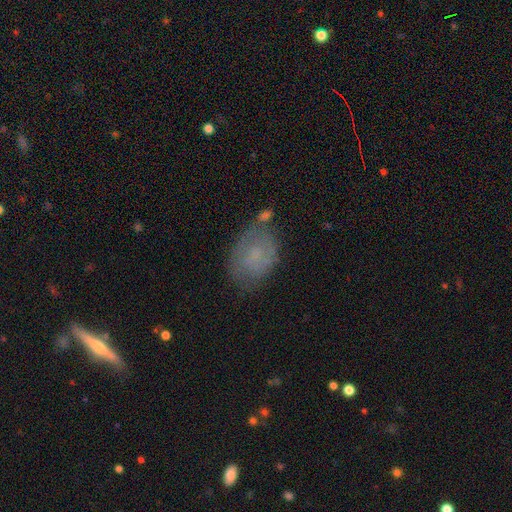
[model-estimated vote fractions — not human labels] Smooth or featured? smooth (57%)
How rounded? in between (78%)
Merging? none (58%)